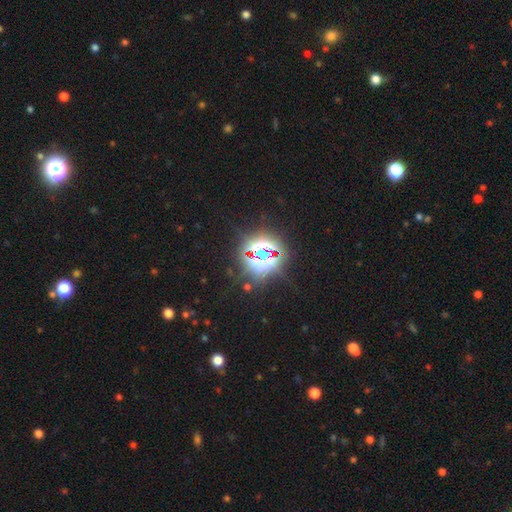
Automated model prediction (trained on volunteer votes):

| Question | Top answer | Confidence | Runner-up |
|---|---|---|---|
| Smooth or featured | star or artifact | 78% | smooth (13%) |